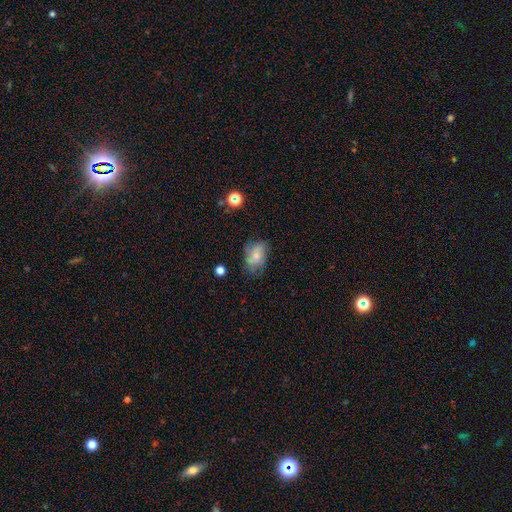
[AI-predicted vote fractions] Smooth or featured? smooth (63%)
How rounded? in between (82%)
Merging? none (60%)